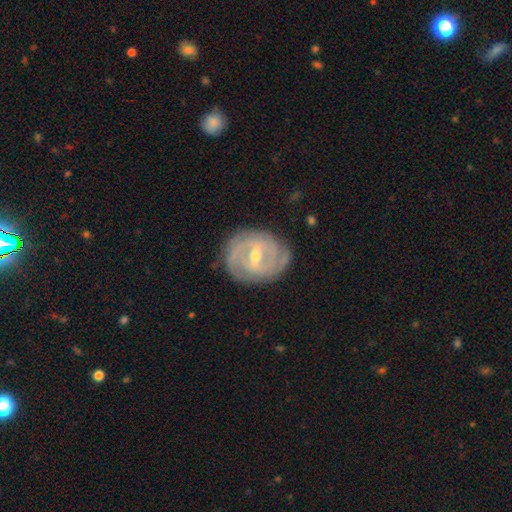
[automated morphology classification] The model was most divided on "bulge size": moderate: 55%, small: 42%, large: 1%, none: 1%, dominant: 1%. Remaining: edge-on disk — no (97%); spiral arms — yes (94%); smooth or featured — featured or disk (86%); merging — none (82%); spiral winding — tight (68%); bar — weak (53%); spiral arm count — 2 (42%).